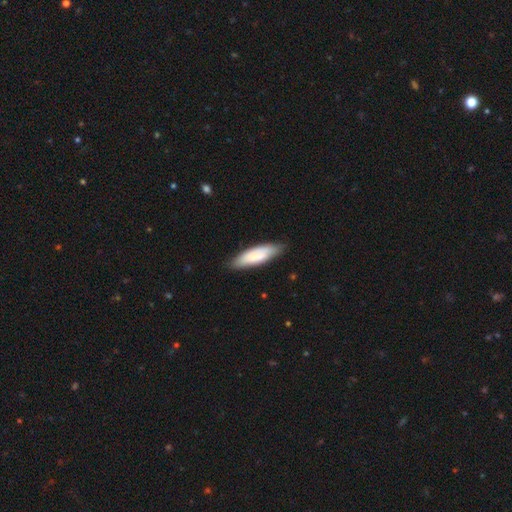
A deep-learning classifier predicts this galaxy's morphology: A smooth galaxy with no disk features (76%) that is cigar-shaped (49%, tied with in between).

Vote fractions:
- Smooth or featured? smooth: 76% / featured or disk: 19% / star or artifact: 5%
- How rounded? cigar-shaped: 49% (tied) / in between: 49% (tied) / round: 1%
- Merging? none: 80% / minor disturbance: 16% / major disturbance: 3% / merger: 1%